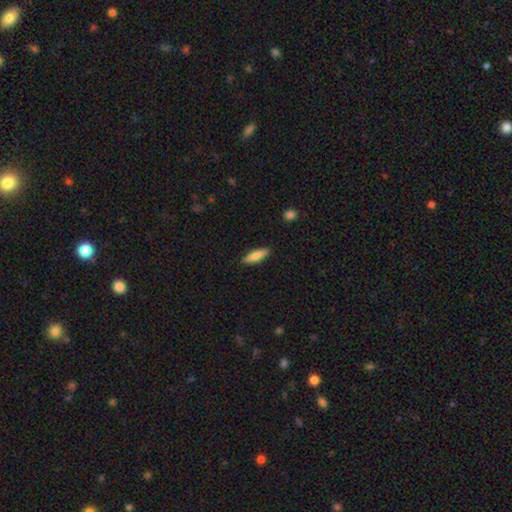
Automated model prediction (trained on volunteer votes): Morphology: type=smooth (73%); roundness=cigar-shaped (66%); merging=none (89%).